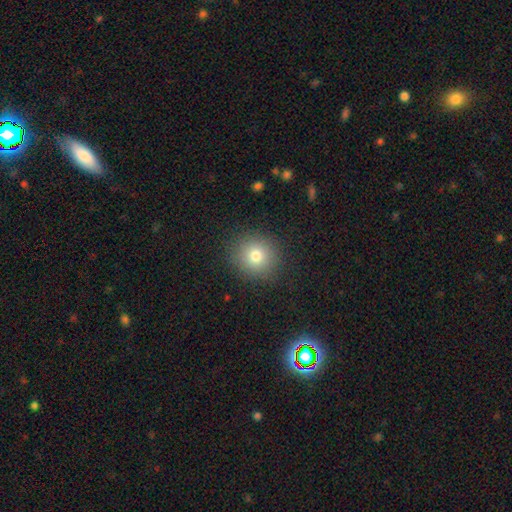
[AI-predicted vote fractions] Smooth or featured?
  - smooth: 78% *
  - star or artifact: 13%
  - featured or disk: 9%
How rounded?
  - round: 91% *
  - in between: 8%
  - cigar-shaped: 1%
Merging?
  - none: 89% *
  - minor disturbance: 7%
  - major disturbance: 3%
  - merger: 1%